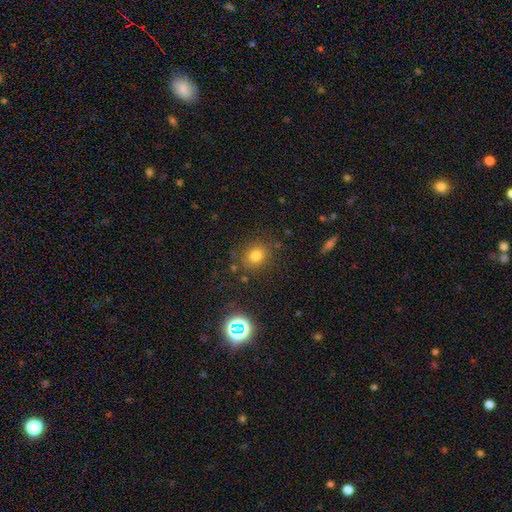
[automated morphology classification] Q: Smooth or featured?
A: smooth (73%); runner-up: star or artifact (19%)
Q: How rounded?
A: round (74%); runner-up: in between (24%)
Q: Merging?
A: none (80%); runner-up: minor disturbance (12%)